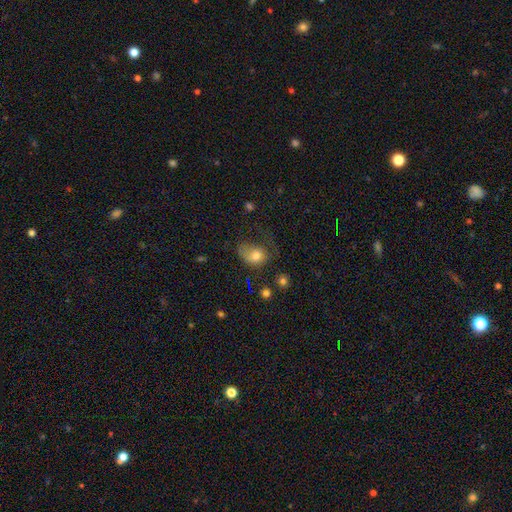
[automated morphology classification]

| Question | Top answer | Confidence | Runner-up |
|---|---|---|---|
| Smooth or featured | smooth | 73% | featured or disk (16%) |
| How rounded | in between | 62% | round (36%) |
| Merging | major disturbance | 45% | minor disturbance (26%) |